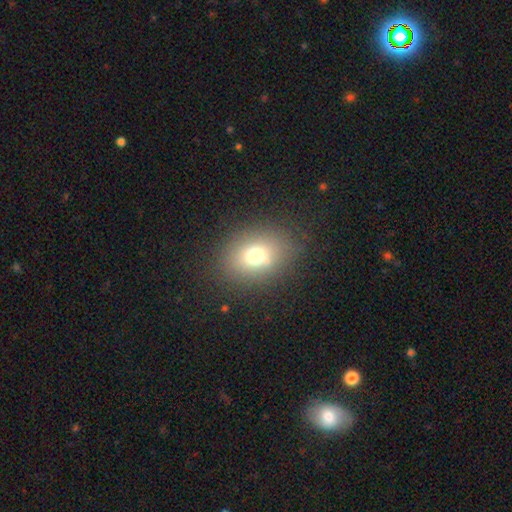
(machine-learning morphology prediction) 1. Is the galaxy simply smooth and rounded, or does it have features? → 70% smooth, 16% star or artifact, 14% featured or disk.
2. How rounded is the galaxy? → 59% in between, 40% round, 1% cigar-shaped.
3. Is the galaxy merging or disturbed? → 80% none, 12% minor disturbance, 6% major disturbance, 3% merger.